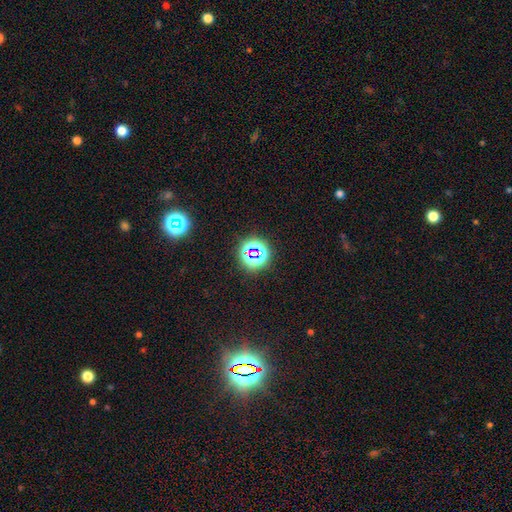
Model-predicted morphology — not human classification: Smooth or featured: star or artifact — 70% (smooth — 21%)